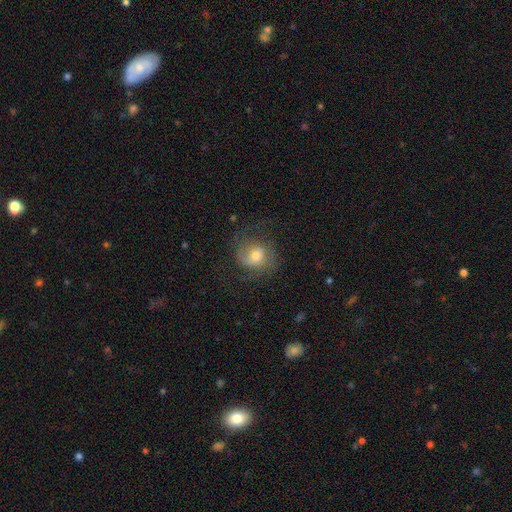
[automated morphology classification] featured or disk 54%, smooth 36%, star or artifact 10%. Down the decision tree: edge-on disk — no (97%); bar — no (61%); spiral arms — yes (82%); bulge size — moderate (63%); merging — none (59%).